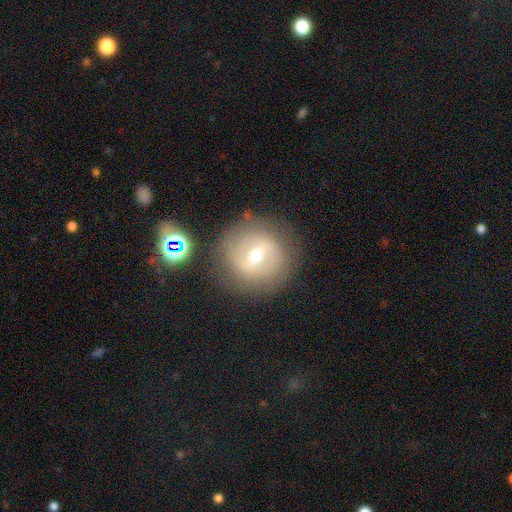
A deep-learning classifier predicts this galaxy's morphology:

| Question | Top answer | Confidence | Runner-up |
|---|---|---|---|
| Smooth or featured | featured or disk | 58% | smooth (30%) |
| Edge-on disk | no | 93% | yes (7%) |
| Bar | weak | 46% | strong (39%) |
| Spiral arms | no | 53% | yes (47%) |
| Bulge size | moderate | 59% | small (37%) |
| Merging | none | 80% | minor disturbance (12%) |